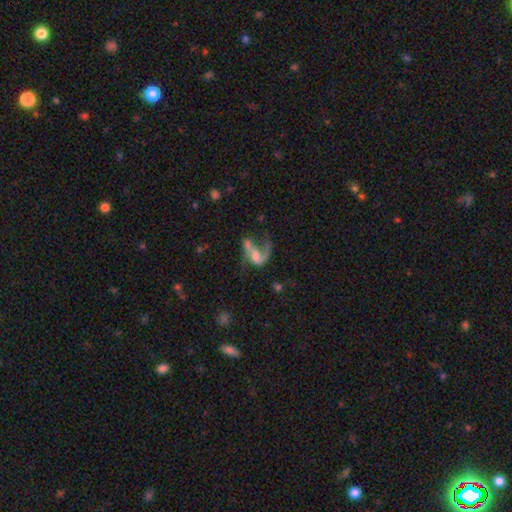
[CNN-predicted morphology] Smooth or featured?
  - featured or disk: 72% *
  - smooth: 18%
  - star or artifact: 9%
Edge-on disk?
  - no: 97% *
  - yes: 3%
Bar?
  - no: 50% *
  - weak: 35%
  - strong: 15%
Spiral arms?
  - yes: 82% *
  - no: 18%
Spiral winding?
  - loose: 71% *
  - medium: 24%
  - tight: 5%
Spiral arm count?
  - 2: 48% *
  - 1: 44%
  - can't tell: 4%
  - 3: 1%
  - 4: 1%
  - more than 4: 1%
Bulge size?
  - moderate: 39% *
  - small: 28%
  - none: 18%
  - large: 13%
  - dominant: 3%
Merging?
  - major disturbance: 37% *
  - none: 28%
  - merger: 23%
  - minor disturbance: 13%